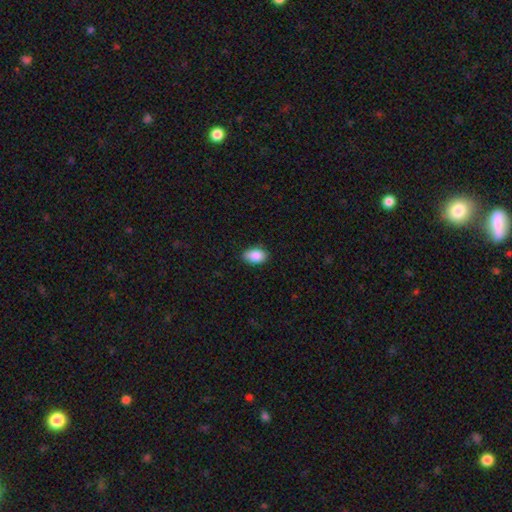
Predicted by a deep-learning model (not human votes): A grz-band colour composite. It shows a smooth galaxy with no disk features (88%) that is in between round and cigar-shaped (90%). Merging: none (85%).